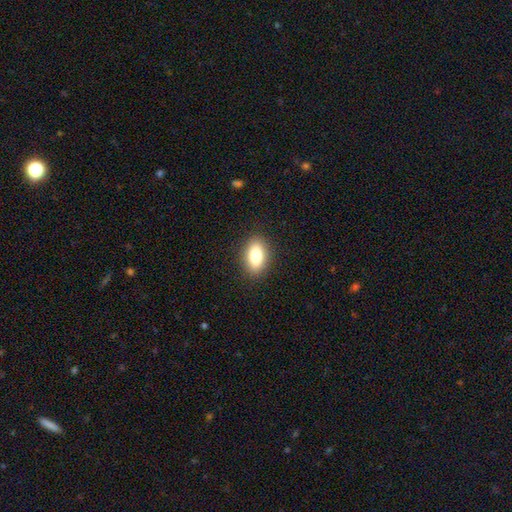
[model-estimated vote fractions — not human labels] A smooth galaxy with no disk features (81%) that is in between round and cigar-shaped (88%).

Vote fractions:
- Smooth or featured? smooth: 81% / featured or disk: 11% / star or artifact: 8%
- How rounded? in between: 88% / round: 8% / cigar-shaped: 5%
- Merging? none: 88% / minor disturbance: 8% / major disturbance: 3% / merger: 1%